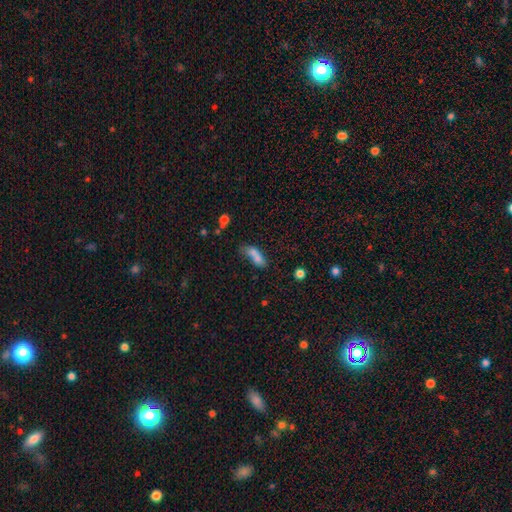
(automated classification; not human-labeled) This appears to be a smooth galaxy with no disk features (72%) that is in between round and cigar-shaped (68%). Merging: merger (35%).